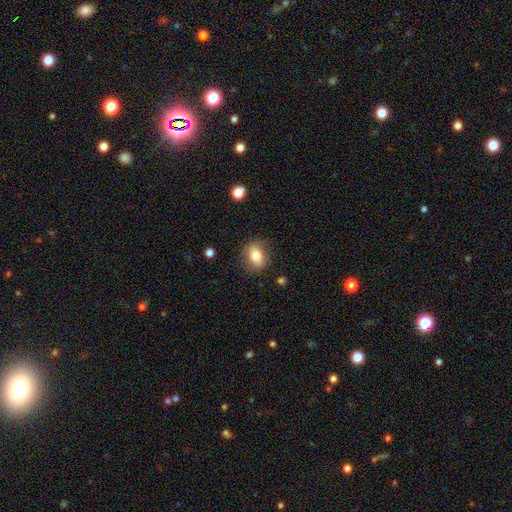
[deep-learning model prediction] smooth 78%, featured or disk 14%, star or artifact 8%. Down the decision tree: how rounded — in between (68%); merging — none (83%).